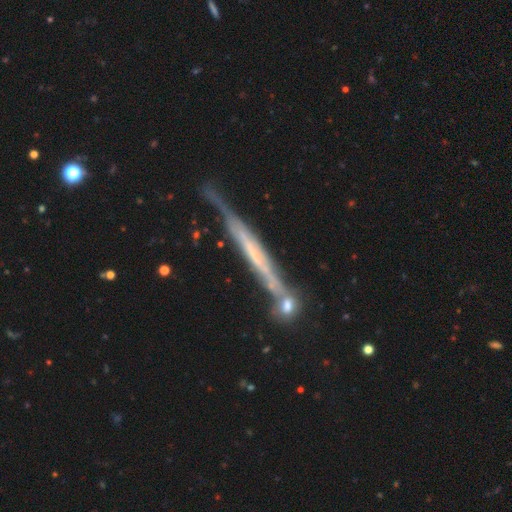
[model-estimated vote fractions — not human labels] Smooth or featured?
  - featured or disk: 71% *
  - smooth: 21%
  - star or artifact: 8%
Edge-on disk?
  - yes: 94% *
  - no: 6%
Edge-on bulge?
  - none: 75% *
  - rounded: 13%
  - boxy: 12%
Merging?
  - none: 67% *
  - minor disturbance: 17%
  - merger: 11%
  - major disturbance: 5%